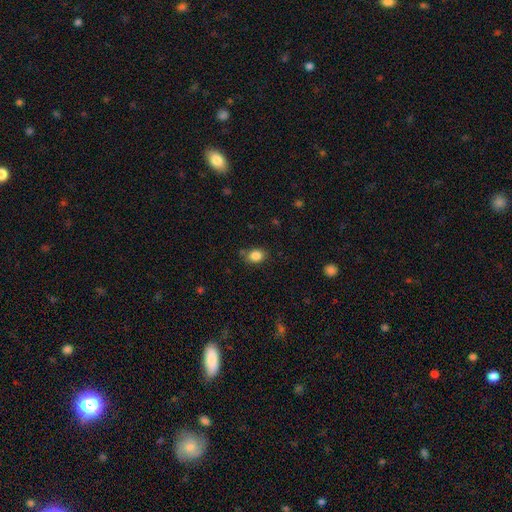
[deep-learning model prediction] This is clearly a smooth galaxy (85%). How rounded: likely in between (62%). Merging: likely none (79%).